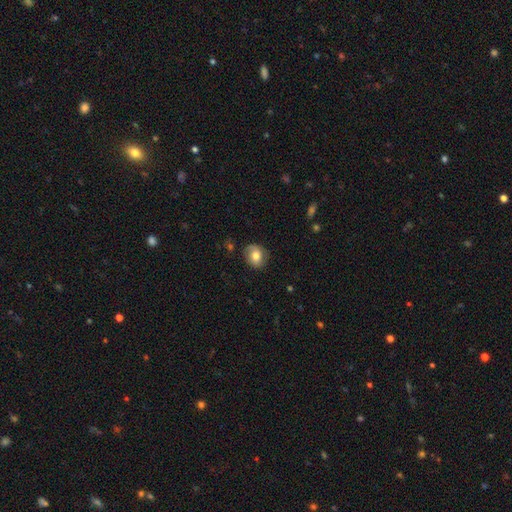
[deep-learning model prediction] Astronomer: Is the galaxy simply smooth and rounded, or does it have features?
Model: smooth — 70%.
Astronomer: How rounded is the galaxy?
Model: round — 56% (runner-up: in between, 43%).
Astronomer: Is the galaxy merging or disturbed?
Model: none — 78%.